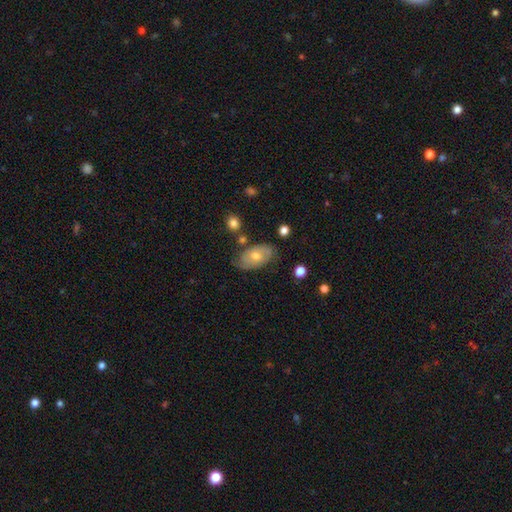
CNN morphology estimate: featured or disk 52%, smooth 41%, star or artifact 7%. Down the decision tree: edge-on disk — no (93%); merging — none (67%).